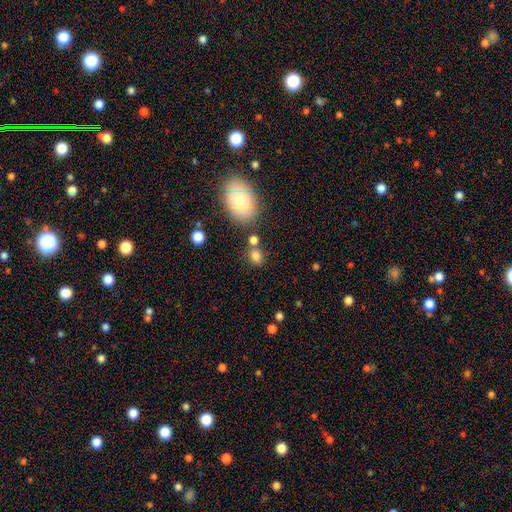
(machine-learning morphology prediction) A smooth galaxy with no disk features (78%) that is round (62%).

Vote fractions:
- Smooth or featured? smooth: 78% / star or artifact: 14% / featured or disk: 8%
- How rounded? round: 62% / in between: 36% / cigar-shaped: 1%
- Merging? none: 68% / merger: 16% / minor disturbance: 12% / major disturbance: 5%